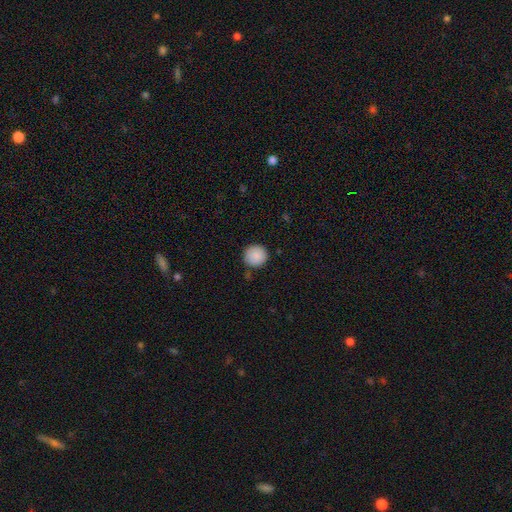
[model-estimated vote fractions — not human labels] smooth 89%, star or artifact 7%, featured or disk 4%. Down the decision tree: how rounded — round (93%); merging — none (87%).